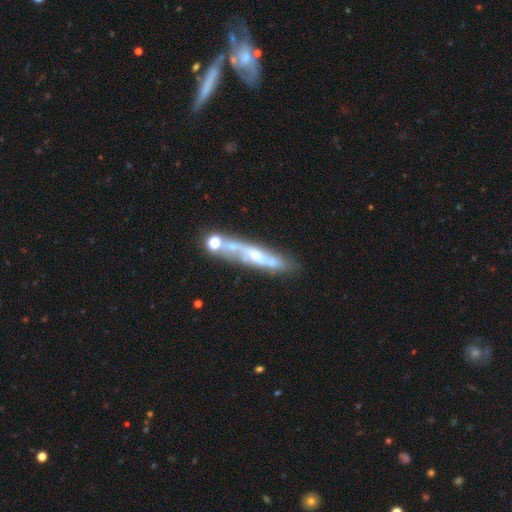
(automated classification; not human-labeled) smooth_or_featured: featured or disk (p=0.72) [alt: smooth p=0.19]
disk_edge_on: no (p=0.54) [alt: yes p=0.46]
merging: none (p=0.51) [alt: merger p=0.21]